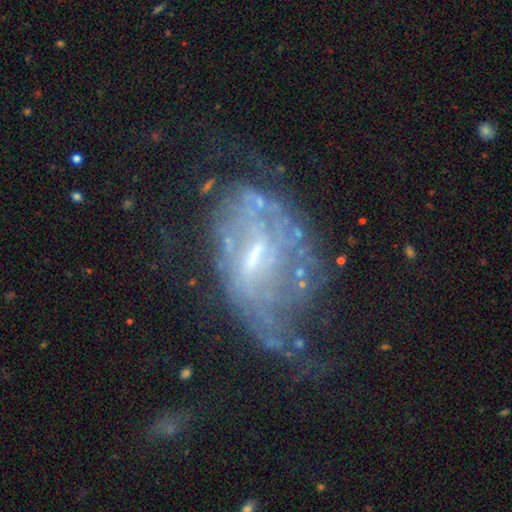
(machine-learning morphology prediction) Overall: featured or disk (78%). Edge-on disk: no (95%). Bar: weak (53%; no 27%). Spiral arms: yes (76%). Spiral arm count: can't tell (43%; 2 33%). Spiral winding: medium (37%; loose 33%). Bulge size: small (46%; moderate 37%). Merging: none (41%; major disturbance 32%).